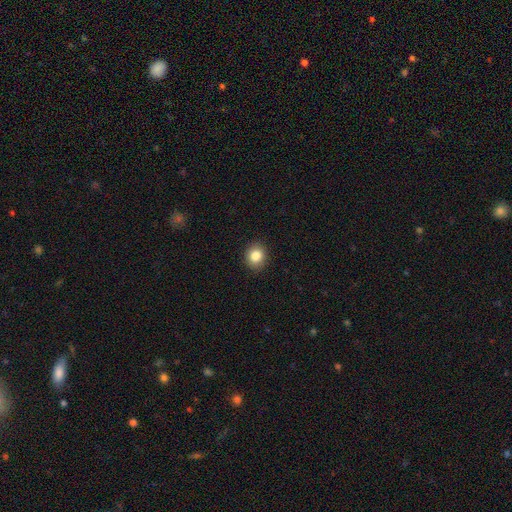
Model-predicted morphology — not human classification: Overall: smooth (84%). How rounded: round (71%). Merging: none (91%).